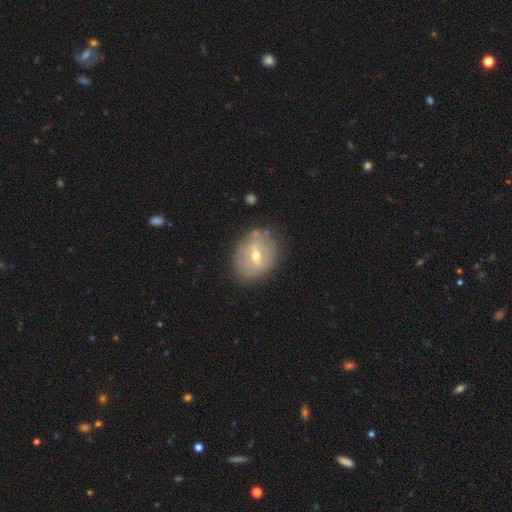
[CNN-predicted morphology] smooth_or_featured: featured or disk (p=0.54) [alt: smooth p=0.38]
disk_edge_on: no (p=0.93) [alt: yes p=0.07]
bar: weak (p=0.53) [alt: no p=0.25]
has_spiral_arms: no (p=0.68) [alt: yes p=0.32]
bulge_size: moderate (p=0.63) [alt: small p=0.32]
merging: none (p=0.75) [alt: minor disturbance p=0.18]